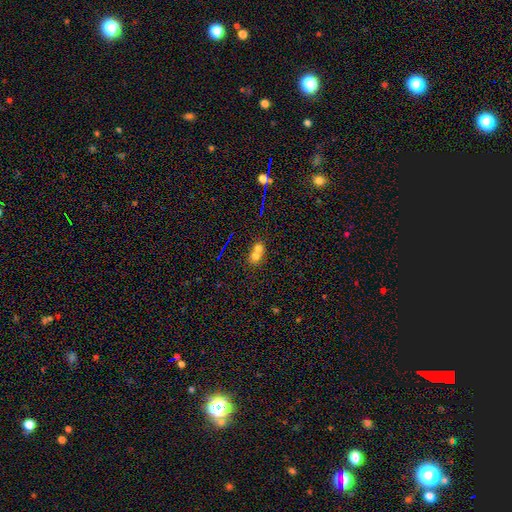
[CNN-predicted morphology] smooth 65%, featured or disk 20%, star or artifact 15%. Down the decision tree: how rounded — round (72%); merging — merger (70%).